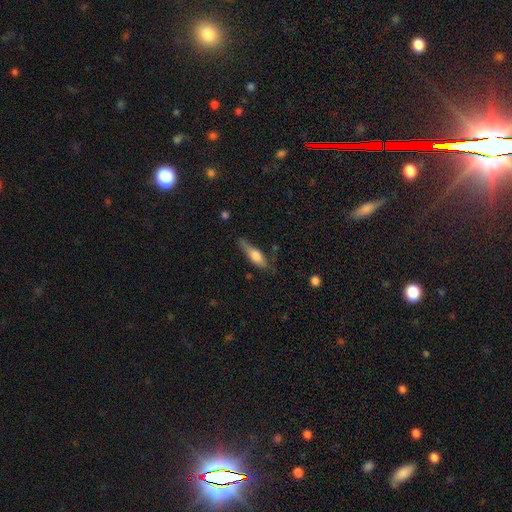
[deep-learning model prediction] Smooth or featured?
  - smooth: 61% *
  - featured or disk: 33%
  - star or artifact: 6%
How rounded?
  - cigar-shaped: 50% *
  - in between: 47%
  - round: 3%
Merging?
  - none: 55% *
  - minor disturbance: 31%
  - major disturbance: 10%
  - merger: 3%